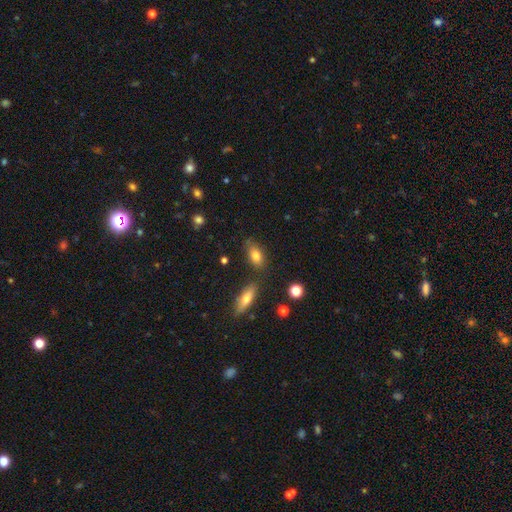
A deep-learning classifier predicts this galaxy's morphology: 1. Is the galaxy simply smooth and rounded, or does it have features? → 81% smooth, 11% featured or disk, 9% star or artifact.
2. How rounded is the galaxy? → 86% in between, 7% round, 7% cigar-shaped.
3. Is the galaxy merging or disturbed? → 73% none, 16% minor disturbance, 7% merger, 4% major disturbance.